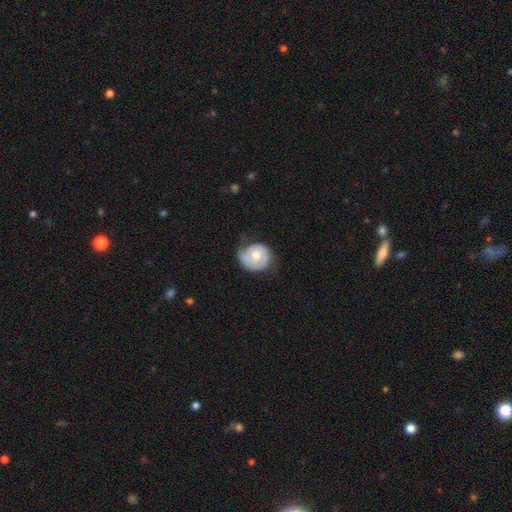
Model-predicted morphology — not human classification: Smooth or featured: smooth — 47% (tied with featured or disk — 47%)
Merging: none — 48% (minor disturbance — 34%)